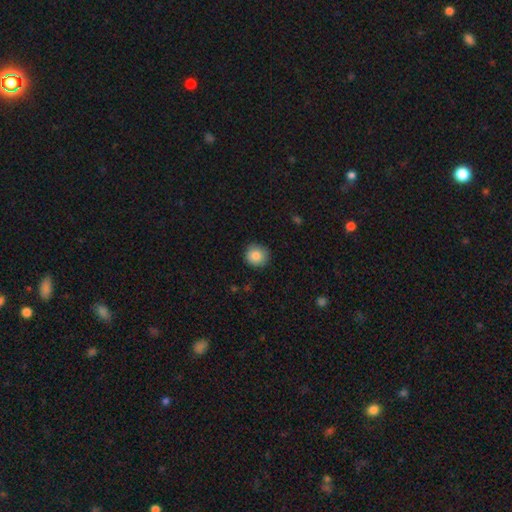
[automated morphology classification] smooth_or_featured: smooth (p=0.86) [alt: star or artifact p=0.09]
how_rounded: round (p=0.92) [alt: in between p=0.07]
merging: none (p=0.89) [alt: minor disturbance p=0.08]